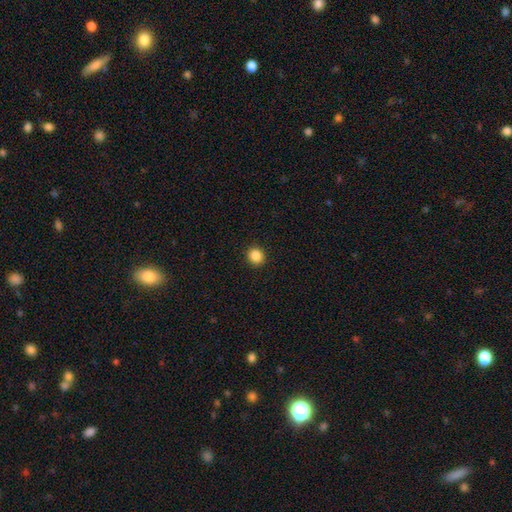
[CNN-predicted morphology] Smooth or featured: smooth — 87% (star or artifact — 10%)
How rounded: round — 86% (in between — 13%)
Merging: none — 93% (minor disturbance — 5%)